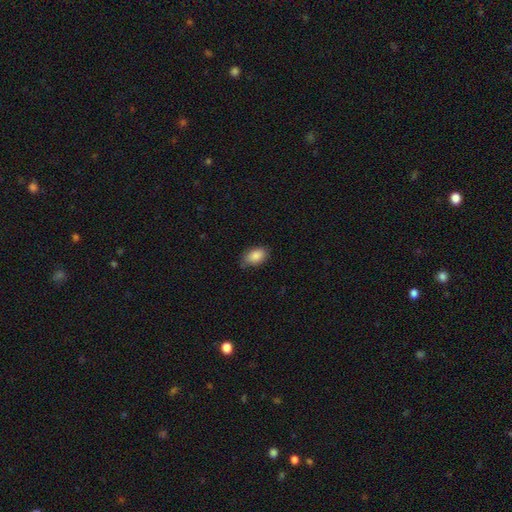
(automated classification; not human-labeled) The model was most divided on "merging": none: 75%, minor disturbance: 20%, major disturbance: 3%, merger: 1%. More confident: how rounded — in between (90%); smooth or featured — smooth (87%).